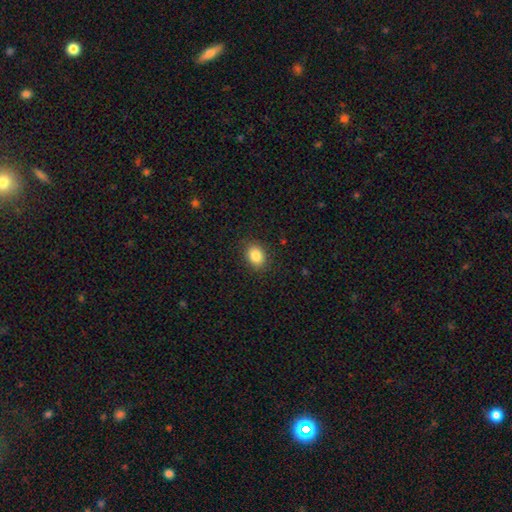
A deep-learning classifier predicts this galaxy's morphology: A smooth galaxy with no disk features (85%) that is in between round and cigar-shaped (59%).

Vote fractions:
- Smooth or featured? smooth: 85% / star or artifact: 9% / featured or disk: 5%
- How rounded? in between: 59% / round: 40% / cigar-shaped: 1%
- Merging? none: 88% / minor disturbance: 9% / major disturbance: 3% / merger: 1%